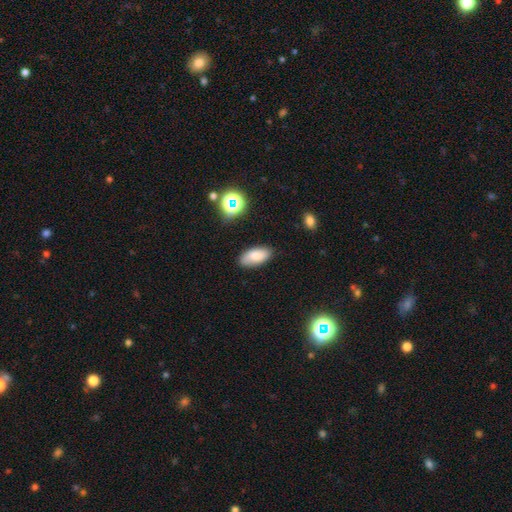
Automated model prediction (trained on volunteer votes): Morphology: type=smooth (81%); roundness=in between (92%); merging=none (82%).